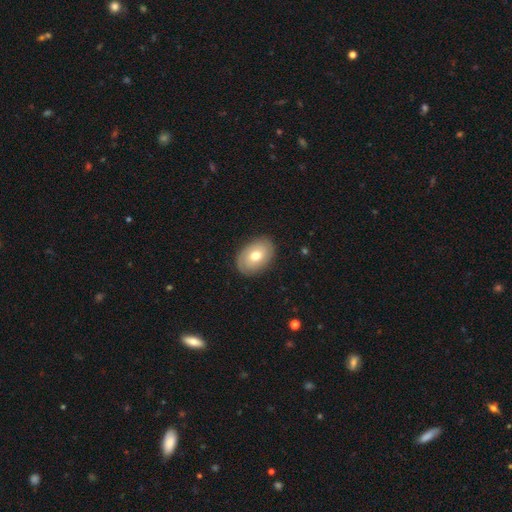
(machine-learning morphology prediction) type=smooth (66%); roundness=in between (82%); merging=none (87%).